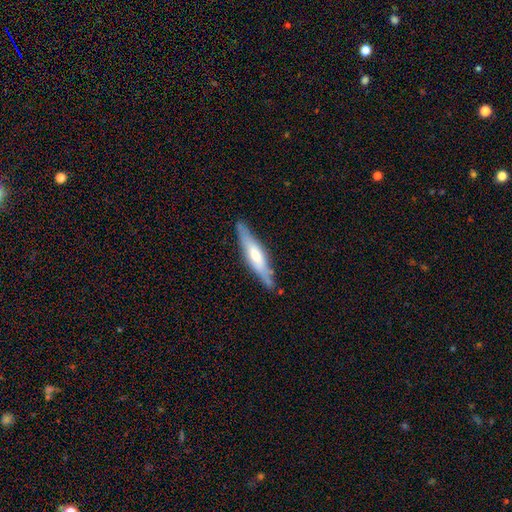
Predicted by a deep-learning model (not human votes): A featured or disk galaxy (52%) viewed edge-on (87%).

Vote fractions:
- Smooth or featured? featured or disk: 52% / smooth: 43% / star or artifact: 5%
- Edge-on disk? yes: 87% / no: 13%
- Merging? none: 81% / minor disturbance: 14% / major disturbance: 2% / merger: 2%